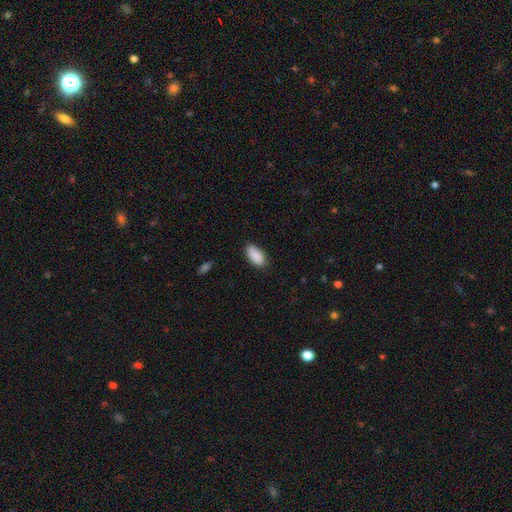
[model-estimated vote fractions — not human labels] Q: Smooth or featured?
A: smooth (90%); runner-up: star or artifact (7%)
Q: How rounded?
A: in between (92%); runner-up: cigar-shaped (6%)
Q: Merging?
A: none (84%); runner-up: minor disturbance (13%)